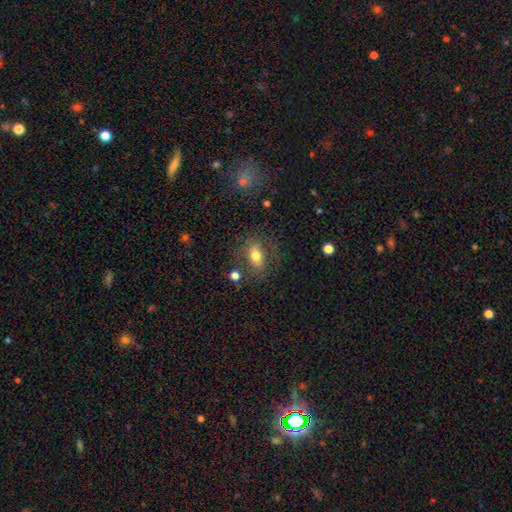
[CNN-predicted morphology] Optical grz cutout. It shows a smooth galaxy with no disk features (67%) that is in between round and cigar-shaped (80%). Merging: none (69%).